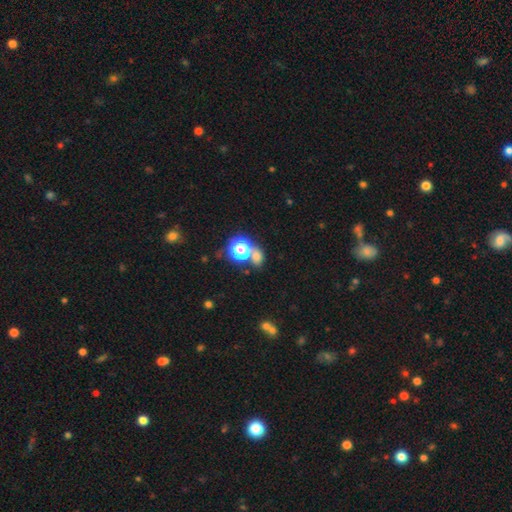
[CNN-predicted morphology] The model was most divided on "how rounded": round: 54%, in between: 44%, cigar-shaped: 2%. More confident: smooth or featured — smooth (64%); merging — none (51%).